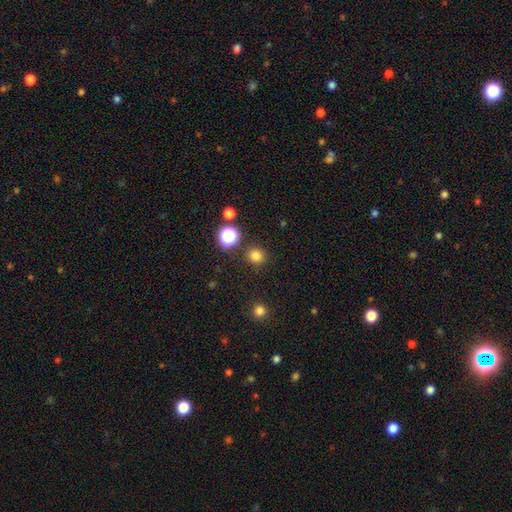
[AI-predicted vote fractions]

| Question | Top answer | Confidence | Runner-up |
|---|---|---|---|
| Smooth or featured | smooth | 79% | star or artifact (17%) |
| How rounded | round | 92% | in between (7%) |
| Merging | none | 89% | minor disturbance (6%) |